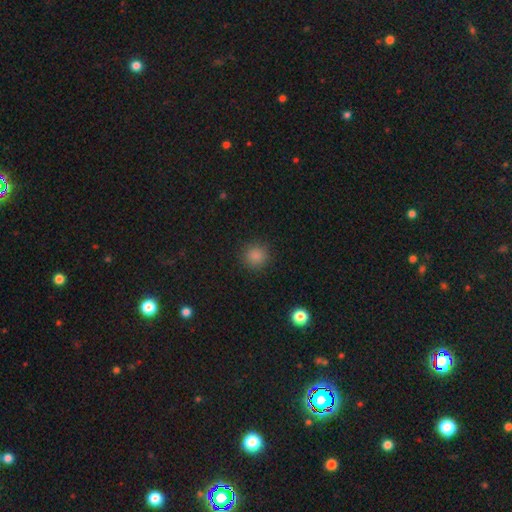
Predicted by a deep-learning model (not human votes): The model was most divided on "smooth or featured": smooth: 85%, star or artifact: 12%, featured or disk: 3%. More confident: how rounded — round (93%); merging — none (90%).